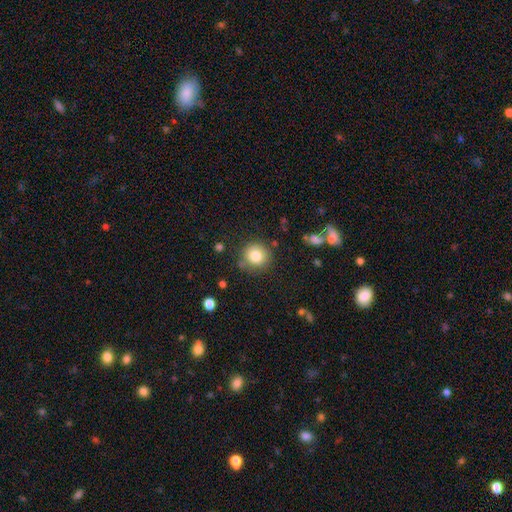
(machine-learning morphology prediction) The model was most divided on "merging": none: 81%, minor disturbance: 11%, merger: 4%, major disturbance: 4%. More confident: how rounded — round (90%); smooth or featured — smooth (81%).